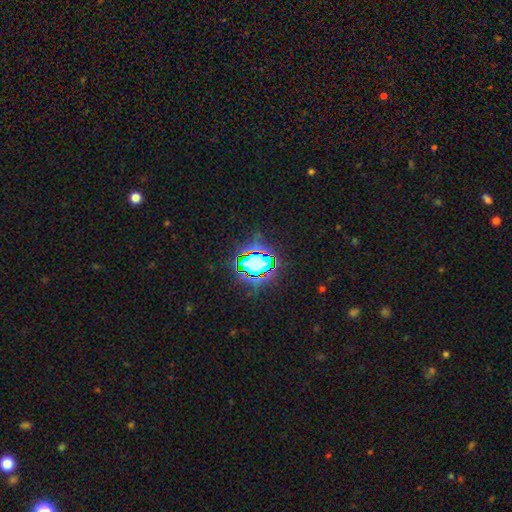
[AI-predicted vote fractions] Smooth or featured? Predicted: star or artifact (p=0.78).